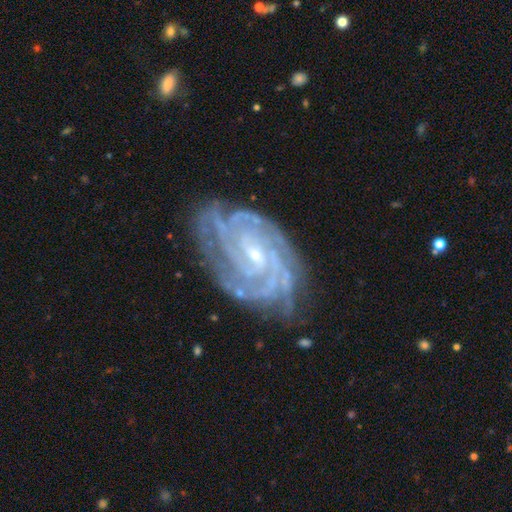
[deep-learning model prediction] A featured or disk galaxy (92%) with a weak bar (42%), 4 (28%) tight (80%) spiral arms (99%) and a small central bulge (69%). Merging: none (77%).